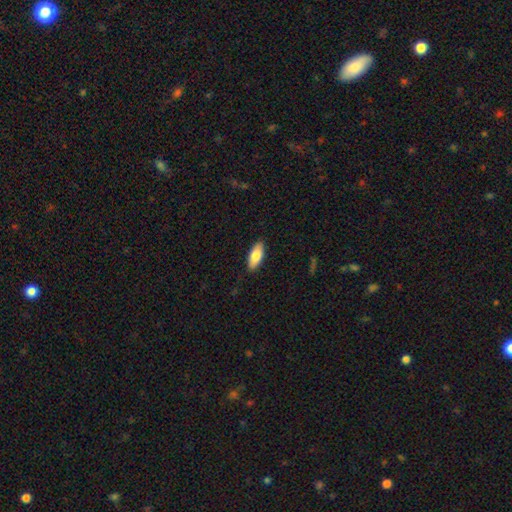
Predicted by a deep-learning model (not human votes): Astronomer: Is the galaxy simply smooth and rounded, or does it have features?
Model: smooth — 82%.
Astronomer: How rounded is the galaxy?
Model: in between — 82%.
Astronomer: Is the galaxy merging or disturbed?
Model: none — 88%.